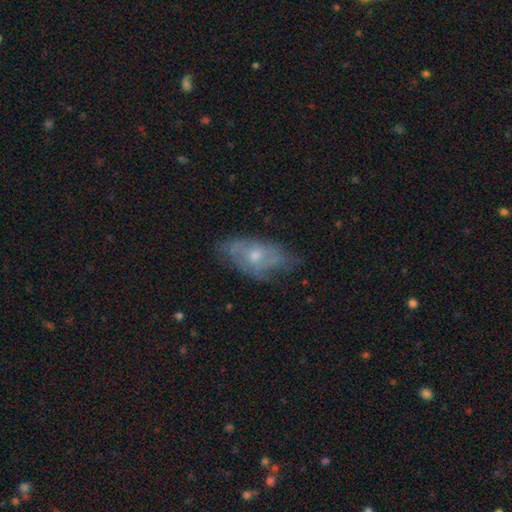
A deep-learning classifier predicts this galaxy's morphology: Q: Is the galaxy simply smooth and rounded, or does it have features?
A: featured or disk — 57%.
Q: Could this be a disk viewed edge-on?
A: no — 89%.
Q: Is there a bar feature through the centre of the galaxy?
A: no — 79%.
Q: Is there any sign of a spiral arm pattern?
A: yes — 58%.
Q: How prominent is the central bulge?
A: moderate — 50%.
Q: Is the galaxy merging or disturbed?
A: none — 56%.